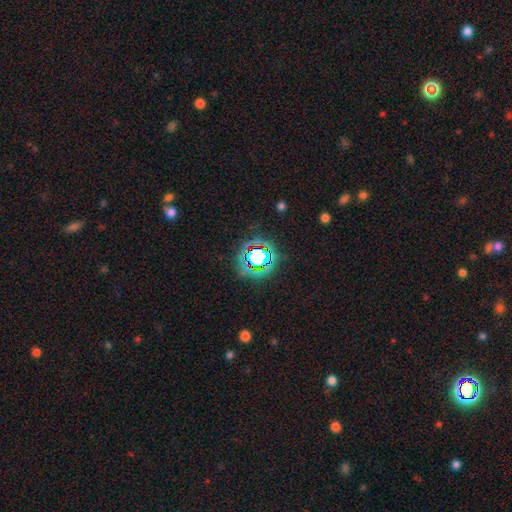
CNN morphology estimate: Smooth or featured: star or artifact — 64% (smooth — 24%)